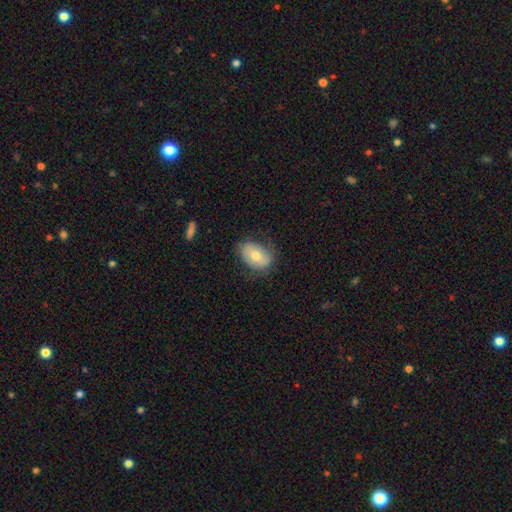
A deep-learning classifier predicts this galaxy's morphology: Q: Smooth or featured?
A: smooth (69%); runner-up: featured or disk (24%)
Q: How rounded?
A: in between (85%); runner-up: round (13%)
Q: Merging?
A: none (71%); runner-up: minor disturbance (22%)